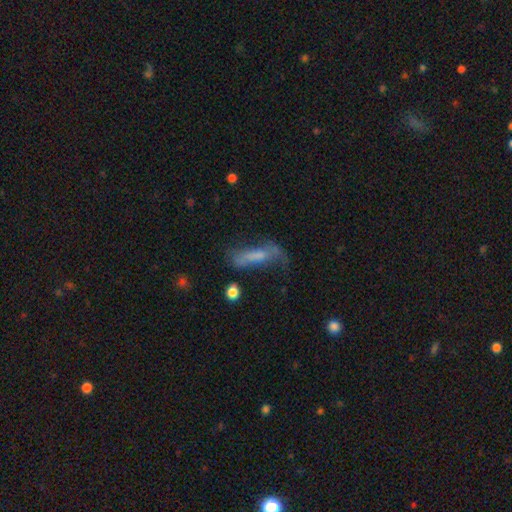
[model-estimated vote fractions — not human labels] smooth_or_featured: smooth (p=0.47) [alt: featured or disk p=0.43]
merging: none (p=0.37) [alt: major disturbance p=0.30]